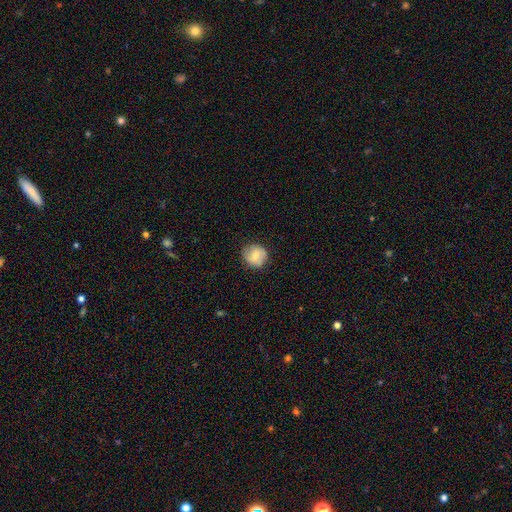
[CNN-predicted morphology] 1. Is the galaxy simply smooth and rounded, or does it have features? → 64% smooth, 29% featured or disk, 8% star or artifact.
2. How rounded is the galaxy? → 88% round, 11% in between, 1% cigar-shaped.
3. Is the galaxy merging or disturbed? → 78% none, 17% minor disturbance, 4% major disturbance, 1% merger.